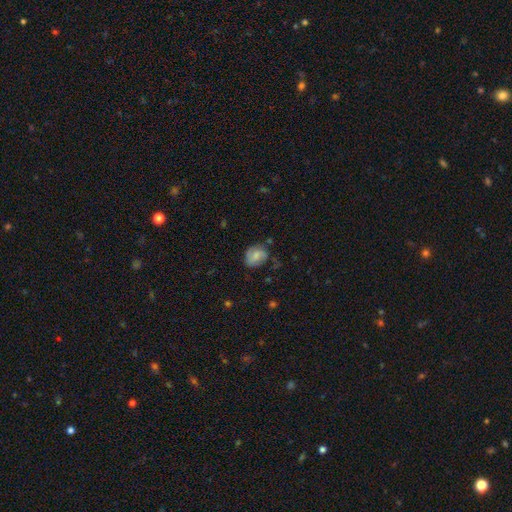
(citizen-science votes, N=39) Smooth or featured? smooth (62%)
How rounded? in between (54%)
Merging? none (65%)